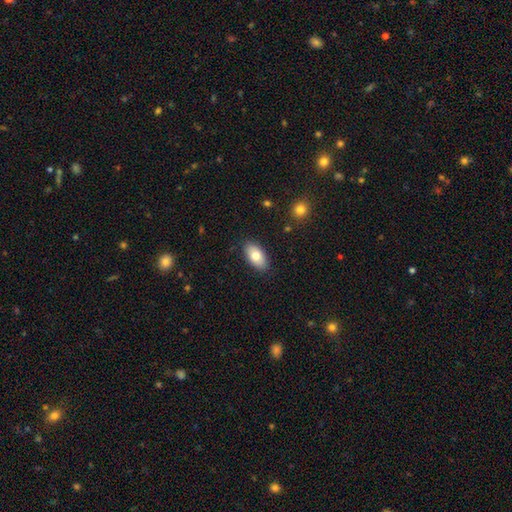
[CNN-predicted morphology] A smooth galaxy with no disk features (78%) that is in between round and cigar-shaped (94%).

Vote fractions:
- Smooth or featured? smooth: 78% / featured or disk: 16% / star or artifact: 7%
- How rounded? in between: 94% / round: 4% / cigar-shaped: 3%
- Merging? none: 87% / minor disturbance: 10% / major disturbance: 2% / merger: 1%